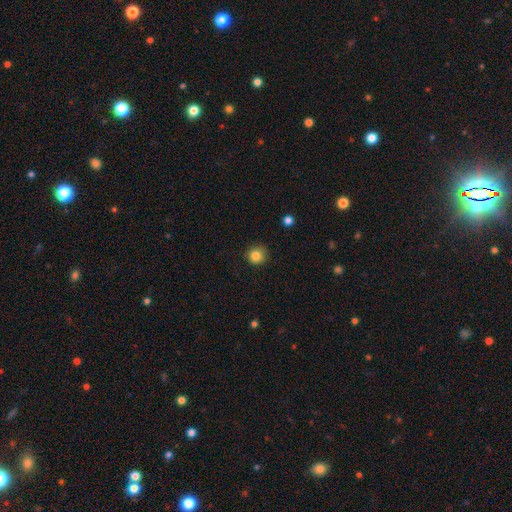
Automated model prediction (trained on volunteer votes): This appears to be a smooth galaxy with no disk features (84%) that is round (93%). Merging: none (86%).